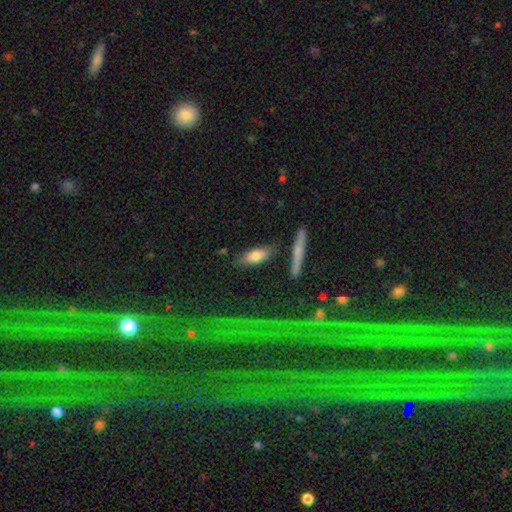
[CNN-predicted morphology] Smooth or featured? smooth (71%)
How rounded? in between (58%)
Merging? none (77%)